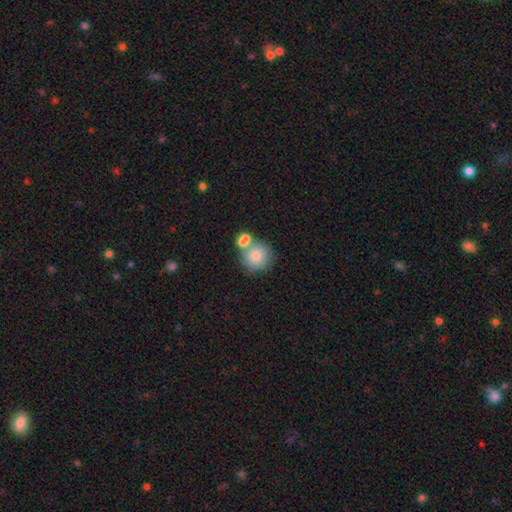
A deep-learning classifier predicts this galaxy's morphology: A smooth galaxy with no disk features (79%) that is round (88%).

Vote fractions:
- Smooth or featured? smooth: 79% / featured or disk: 12% / star or artifact: 9%
- How rounded? round: 88% / in between: 11% / cigar-shaped: 1%
- Merging? none: 51% / merger: 37% / minor disturbance: 9% / major disturbance: 3%